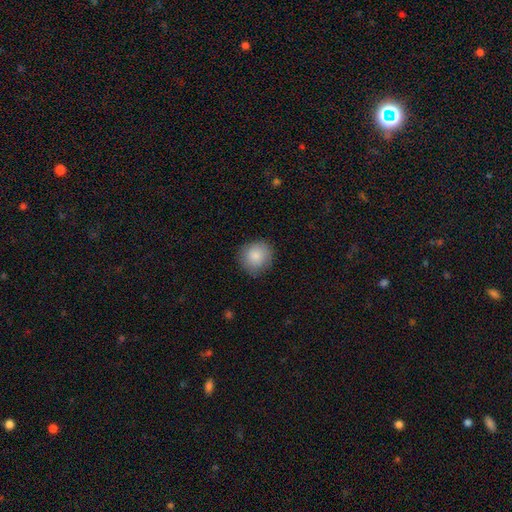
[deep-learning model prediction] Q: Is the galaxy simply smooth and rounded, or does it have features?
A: smooth — 86%.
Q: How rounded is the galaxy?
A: round — 88%.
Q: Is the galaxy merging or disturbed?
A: none — 83%.